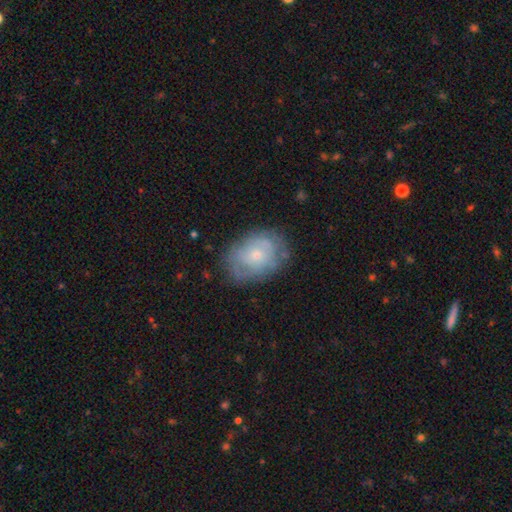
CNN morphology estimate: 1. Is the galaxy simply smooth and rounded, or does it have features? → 51% featured or disk, 42% smooth, 7% star or artifact.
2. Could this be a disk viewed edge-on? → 96% no, 4% yes.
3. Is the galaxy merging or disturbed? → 67% none, 22% minor disturbance, 9% major disturbance, 2% merger.